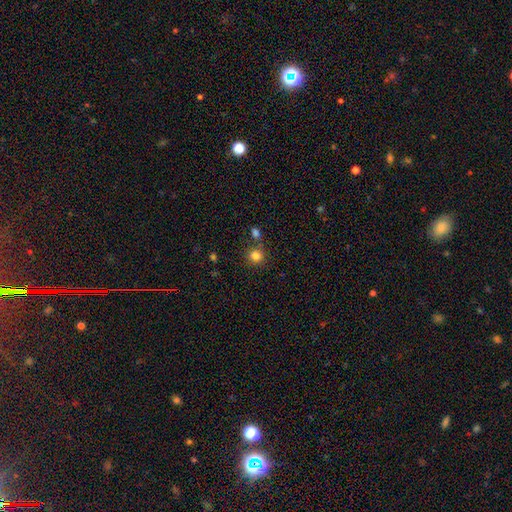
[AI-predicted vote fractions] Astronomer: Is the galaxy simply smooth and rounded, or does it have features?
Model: smooth — 84%.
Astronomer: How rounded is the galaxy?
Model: round — 87%.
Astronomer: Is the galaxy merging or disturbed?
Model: none — 74%.